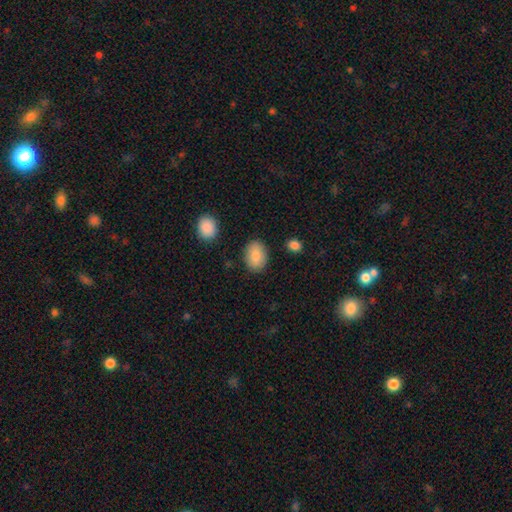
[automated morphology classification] Smooth or featured? smooth (84%)
How rounded? in between (74%)
Merging? none (84%)